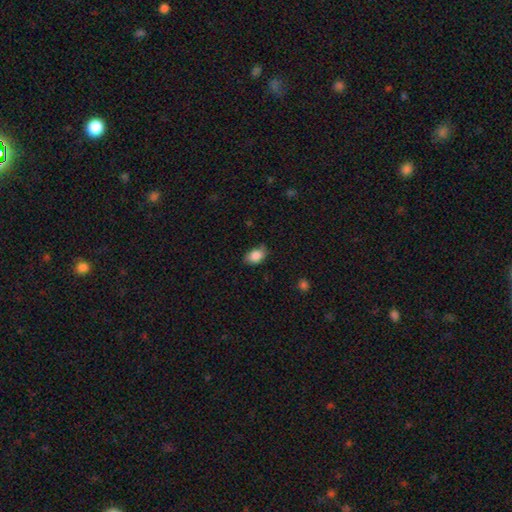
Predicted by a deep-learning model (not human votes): A smooth galaxy with no disk features (86%) that is in between round and cigar-shaped (83%).

Vote fractions:
- Smooth or featured? smooth: 86% / star or artifact: 8% / featured or disk: 6%
- How rounded? in between: 83% / round: 16% / cigar-shaped: 2%
- Merging? none: 71% / minor disturbance: 24% / major disturbance: 4% / merger: 1%